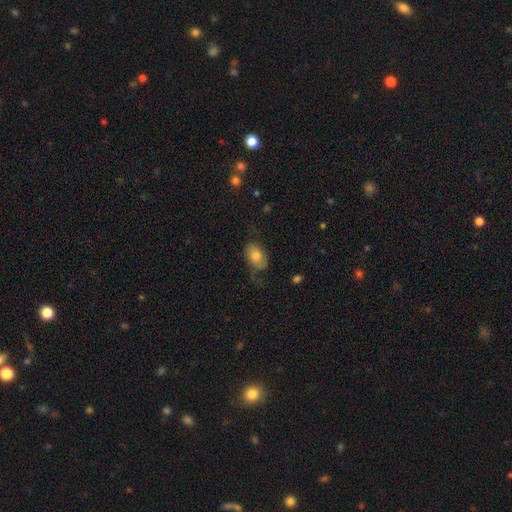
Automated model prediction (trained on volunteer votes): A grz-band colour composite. It shows a smooth galaxy with no disk features (55%) that is in between round and cigar-shaped (86%). Merging: none (49%).